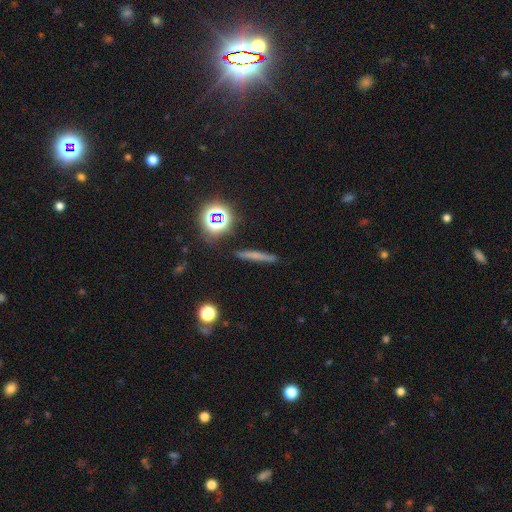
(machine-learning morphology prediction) type=smooth (59%); roundness=cigar-shaped (89%); merging=none (86%).